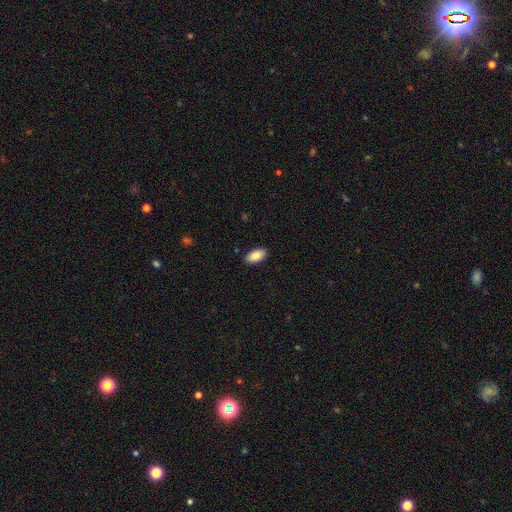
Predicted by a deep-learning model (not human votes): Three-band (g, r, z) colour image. It shows a smooth galaxy with no disk features (88%) that is in between round and cigar-shaped (95%). Merging: none (89%).